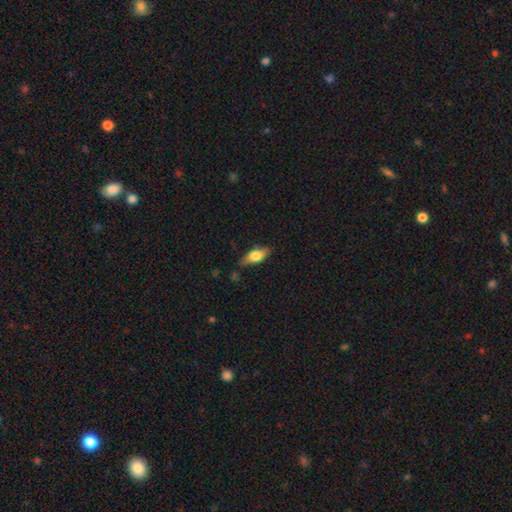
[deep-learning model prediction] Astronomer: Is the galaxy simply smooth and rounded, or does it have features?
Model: smooth — 66%.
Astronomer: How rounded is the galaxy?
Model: in between — 78%.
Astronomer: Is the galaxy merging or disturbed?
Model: none — 75%.